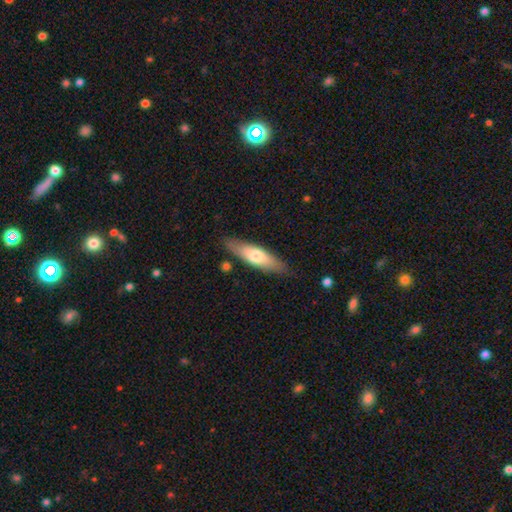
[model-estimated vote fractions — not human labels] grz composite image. It shows a smooth galaxy with no disk features (60%) that is cigar-shaped (58%). Merging: none (84%).